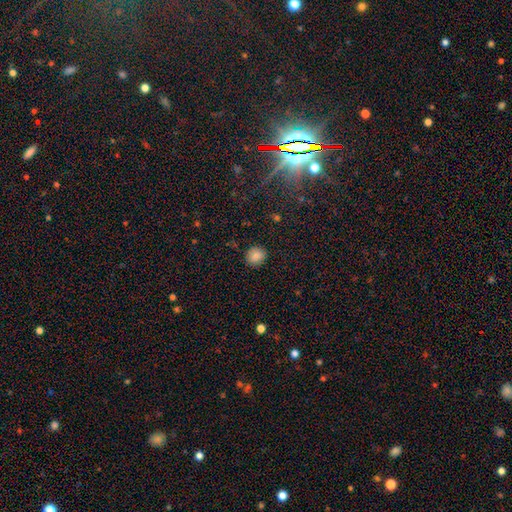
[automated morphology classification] Smooth or featured? smooth (85%)
How rounded? round (84%)
Merging? none (89%)